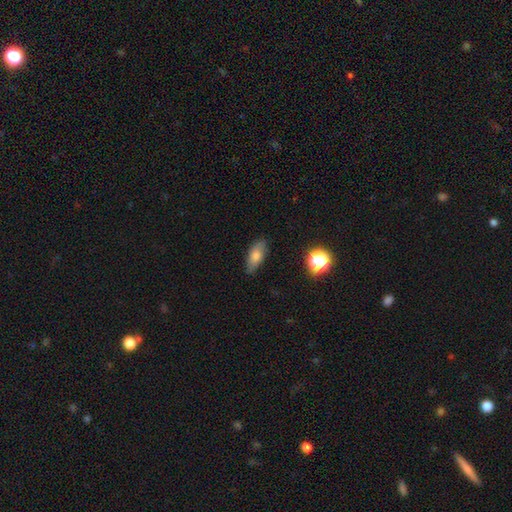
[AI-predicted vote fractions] smooth_or_featured: smooth (p=0.71) [alt: featured or disk p=0.19]
how_rounded: in between (p=0.78) [alt: cigar-shaped p=0.16]
merging: none (p=0.81) [alt: minor disturbance p=0.15]